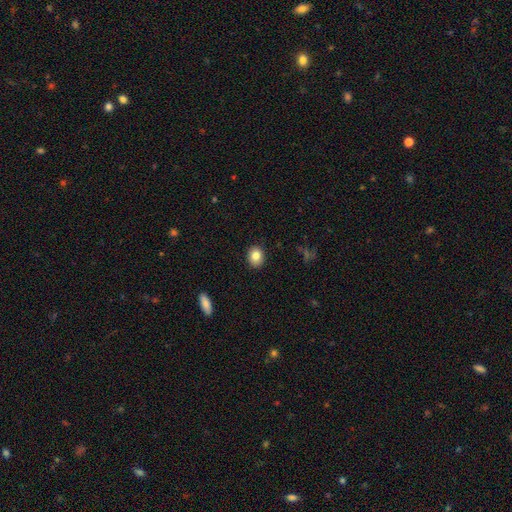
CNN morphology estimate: This is clearly a smooth galaxy (83%). How rounded: possibly round (59%). Merging: clearly none (90%).